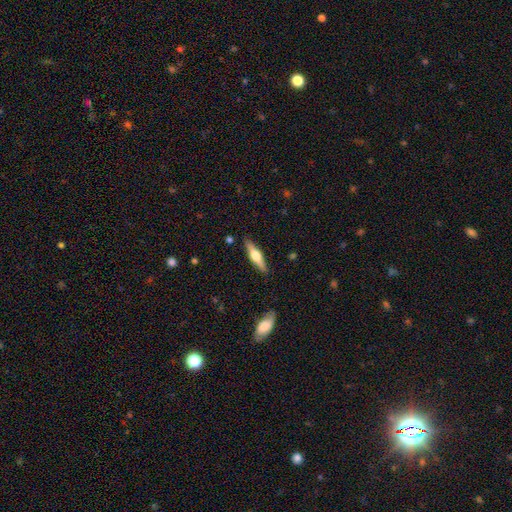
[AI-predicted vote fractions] This appears to be a featured or disk galaxy (57%) viewed edge-on (95%) with a rounded central bulge (92%). Merging: none (88%).